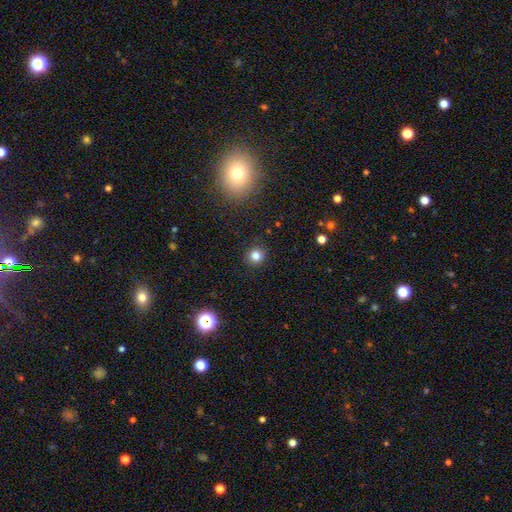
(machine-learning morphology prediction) Smooth or featured? Predicted: smooth (p=0.82). How rounded? Predicted: round (p=0.88). Merging? Predicted: none (p=0.90).